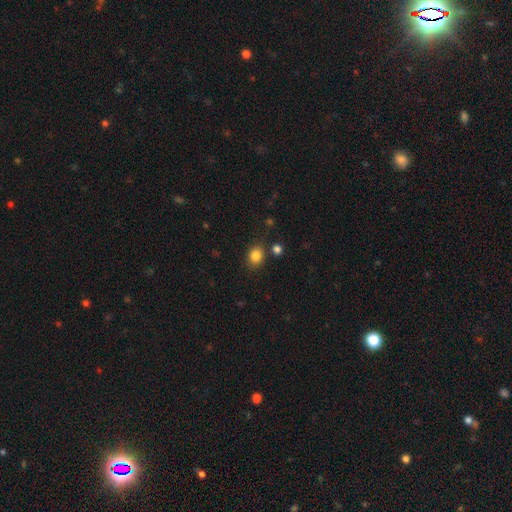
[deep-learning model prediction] Smooth or featured: smooth — 84% (star or artifact — 11%)
How rounded: round — 63% (in between — 36%)
Merging: none — 82% (minor disturbance — 10%)